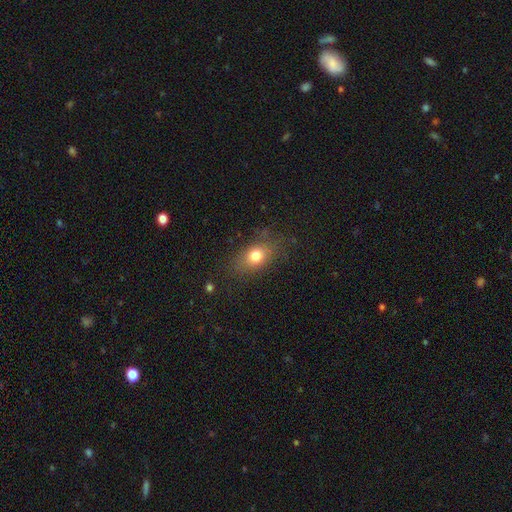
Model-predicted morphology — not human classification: Overall: smooth (76%). How rounded: in between (68%; round 28%). Merging: none (76%).